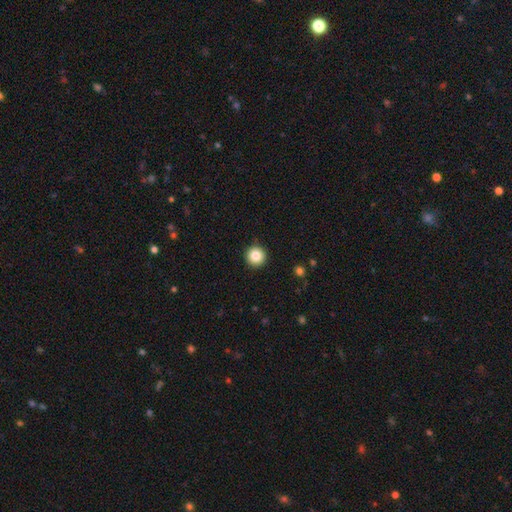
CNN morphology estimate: The model was most divided on "smooth or featured": smooth: 85%, star or artifact: 10%, featured or disk: 5%. More confident: how rounded — round (96%); merging — none (92%).